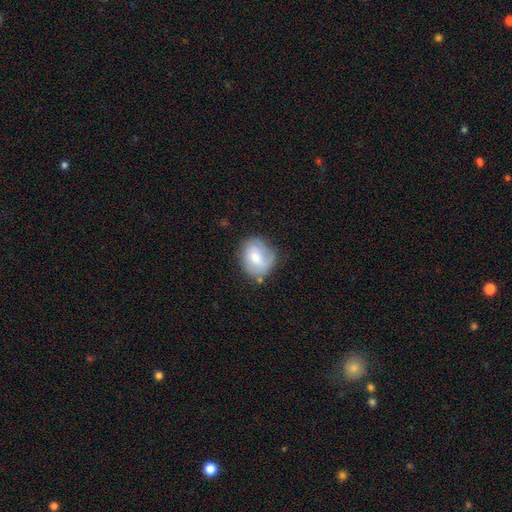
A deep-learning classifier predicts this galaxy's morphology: Smooth or featured? Predicted: smooth (p=0.52). How rounded? Predicted: round (p=0.58). Merging? Predicted: none (p=0.60).